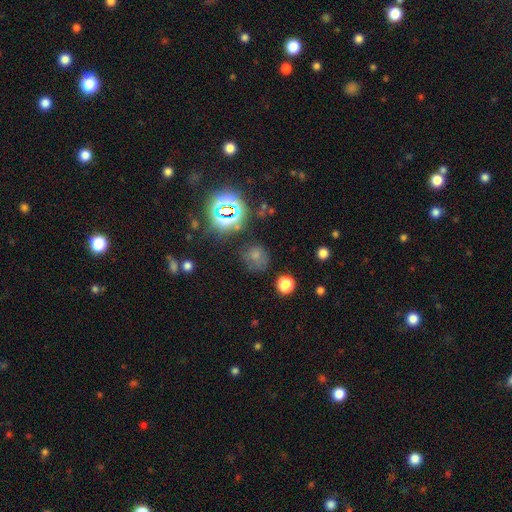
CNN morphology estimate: smooth 59%, star or artifact 30%, featured or disk 11%. Down the decision tree: how rounded — round (77%); merging — none (60%).